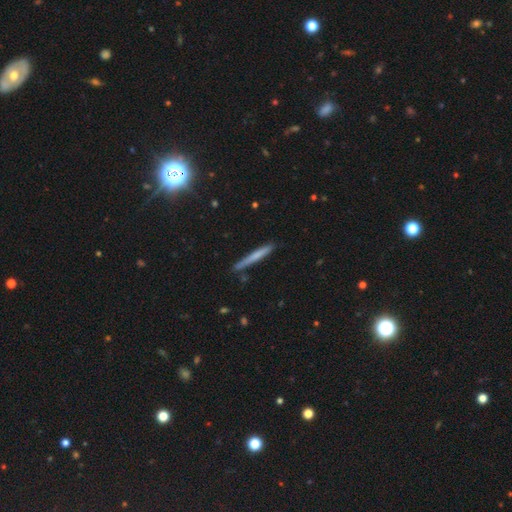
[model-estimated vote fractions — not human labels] Smooth or featured: smooth — 60% (featured or disk — 33%)
How rounded: cigar-shaped — 96% (in between — 2%)
Merging: none — 85% (minor disturbance — 11%)